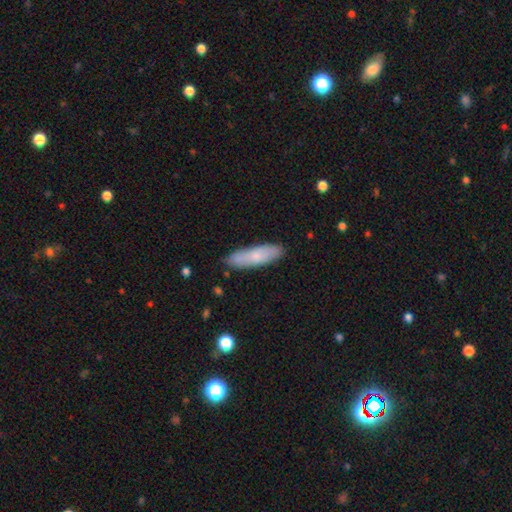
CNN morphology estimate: Smooth or featured?
  - smooth: 70% *
  - featured or disk: 24%
  - star or artifact: 6%
How rounded?
  - cigar-shaped: 57% *
  - in between: 42%
  - round: 2%
Merging?
  - none: 84% *
  - minor disturbance: 12%
  - major disturbance: 2%
  - merger: 1%